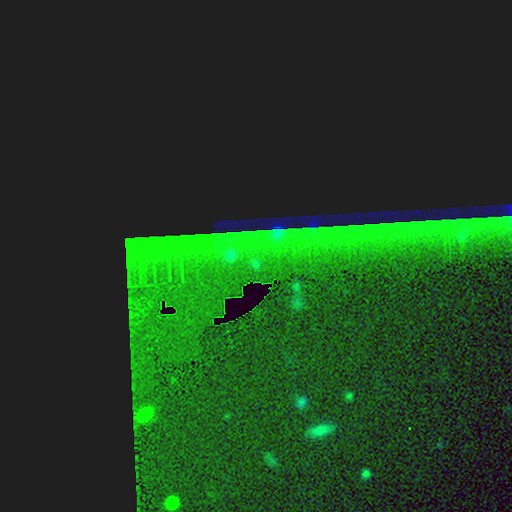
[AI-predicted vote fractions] This is clearly a star or artifact rather than a galaxy (87%).